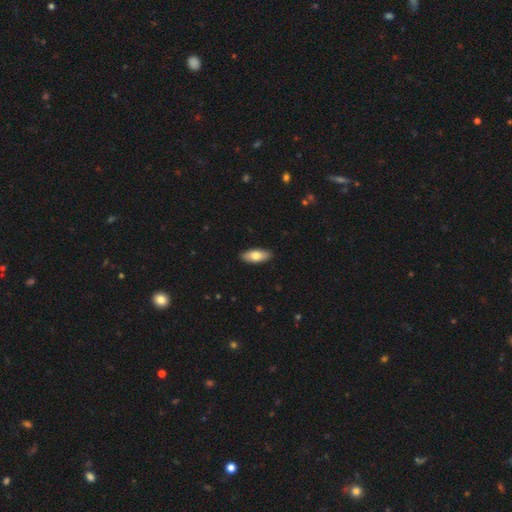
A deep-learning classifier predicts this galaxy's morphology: Smooth or featured? Predicted: smooth (p=0.74). How rounded? Predicted: in between (p=0.82). Merging? Predicted: none (p=0.90).